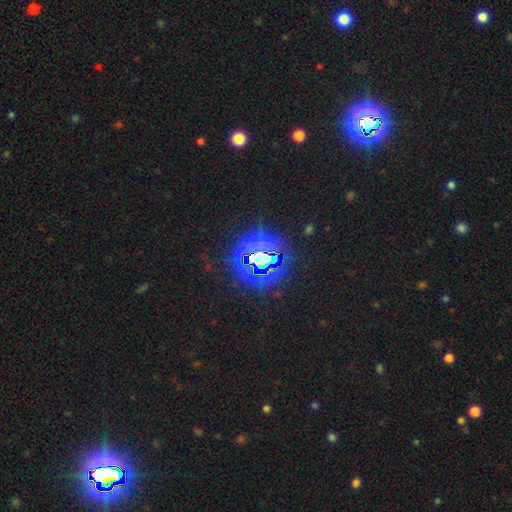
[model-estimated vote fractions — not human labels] smooth-or-featured: star or artifact: 80% | smooth: 11% | featured or disk: 10%